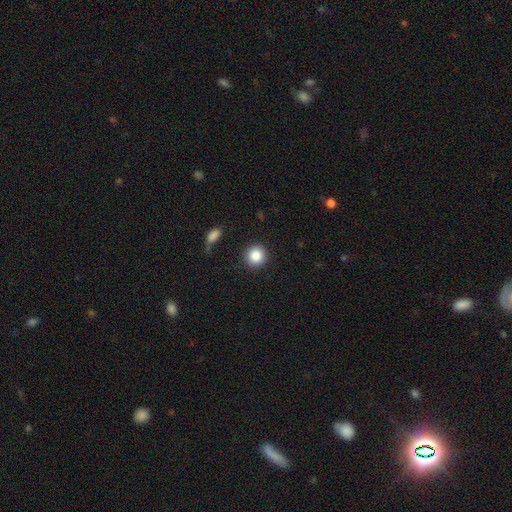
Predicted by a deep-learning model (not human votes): The model was most divided on "smooth or featured": smooth: 87%, star or artifact: 9%, featured or disk: 4%. More confident: how rounded — round (93%); merging — none (89%).